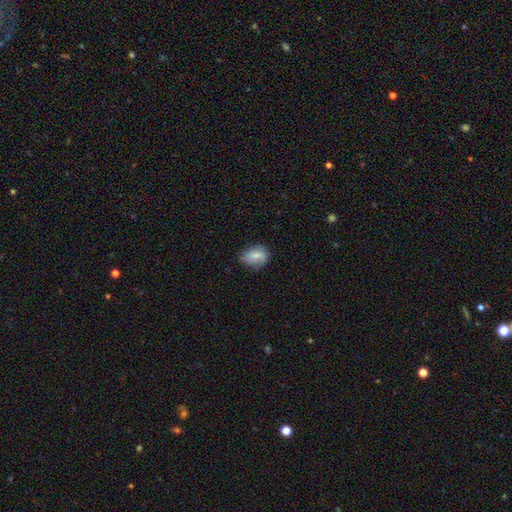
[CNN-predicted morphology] This appears to be a smooth galaxy with no disk features (76%) that is in between round and cigar-shaped (73%). Merging: none (66%).